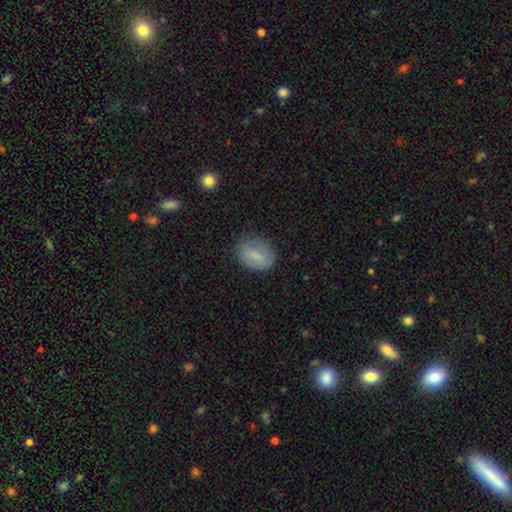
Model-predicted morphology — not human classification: The model was most divided on "how rounded": in between: 69%, round: 29%, cigar-shaped: 2%. More confident: merging — none (77%); smooth or featured — smooth (76%).